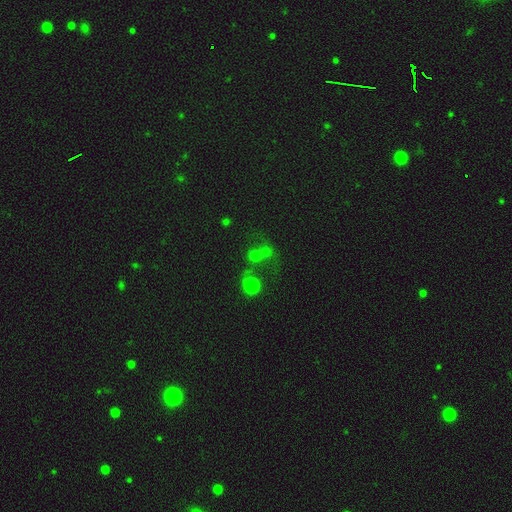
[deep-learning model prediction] This is likely a smooth galaxy (63%). How rounded: clearly round (85%). Merging: marginally none (43%).